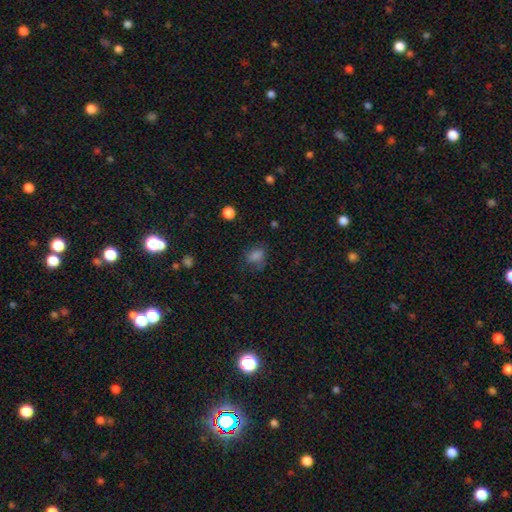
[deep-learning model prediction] Smooth or featured?
  - smooth: 72% *
  - star or artifact: 18%
  - featured or disk: 10%
How rounded?
  - in between: 66% *
  - round: 32%
  - cigar-shaped: 2%
Merging?
  - none: 58% *
  - minor disturbance: 25%
  - major disturbance: 15%
  - merger: 3%